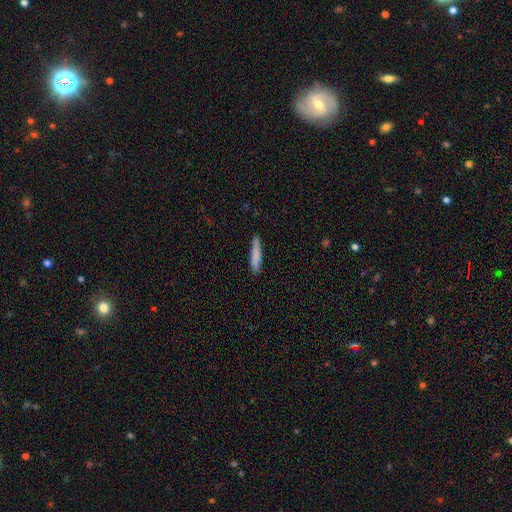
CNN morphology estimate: A smooth galaxy with no disk features (81%) that is cigar-shaped (91%).

Vote fractions:
- Smooth or featured? smooth: 81% / featured or disk: 13% / star or artifact: 6%
- How rounded? cigar-shaped: 91% / in between: 8% / round: 1%
- Merging? none: 82% / minor disturbance: 14% / major disturbance: 2% / merger: 2%